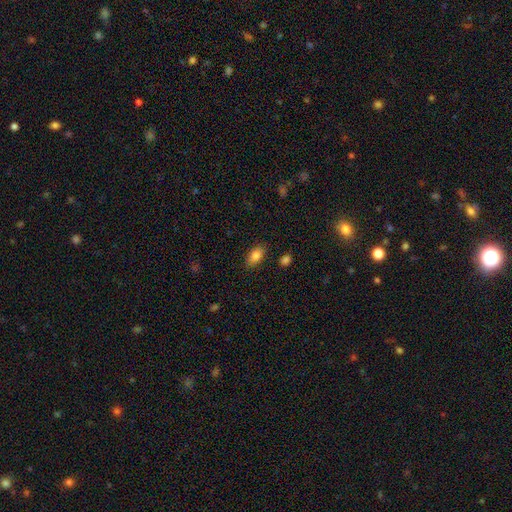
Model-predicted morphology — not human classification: Q: Smooth or featured?
A: smooth (84%); runner-up: star or artifact (8%)
Q: How rounded?
A: in between (89%); runner-up: round (7%)
Q: Merging?
A: none (86%); runner-up: minor disturbance (10%)